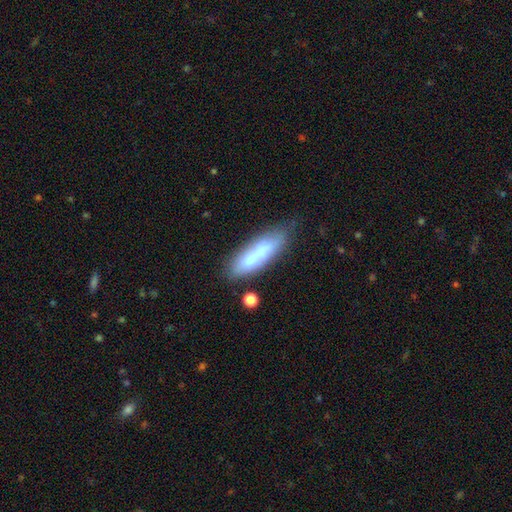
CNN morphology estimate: Smooth or featured: smooth — 62% (featured or disk — 30%)
How rounded: in between — 50% (cigar-shaped — 47%)
Merging: none — 49% (minor disturbance — 21%)